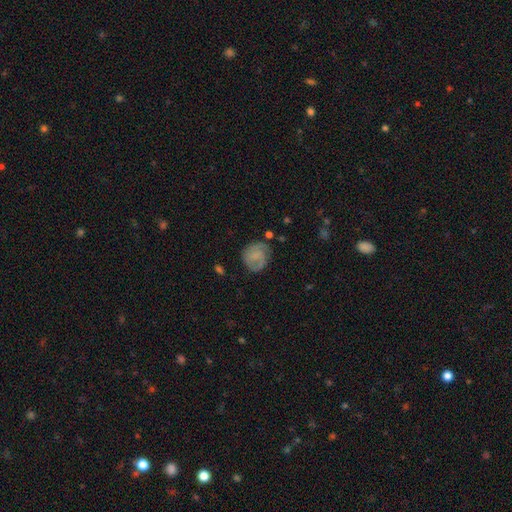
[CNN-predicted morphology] type=smooth (52%); roundness=round (75%); merging=none (64%).